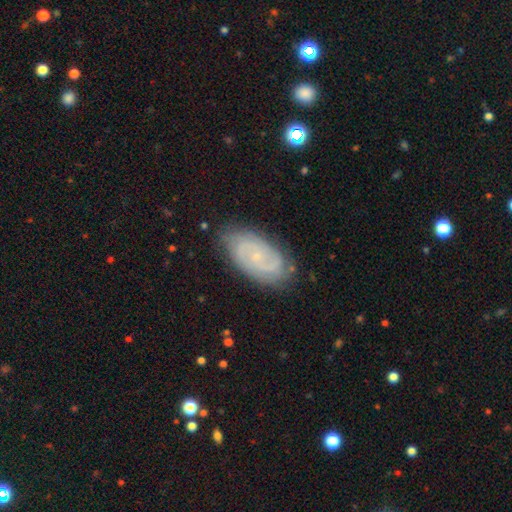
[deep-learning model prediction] This is likely a featured or disk galaxy (77%). It is clearly not viewed edge-on (96%). Bar: likely no (68%). Spiral arm pattern: clearly yes (94%). Spiral arm count: possibly 2 (52%). Spiral winding: possibly tight (57%). Central bulge: clearly small (83%). Merging: likely none (80%).